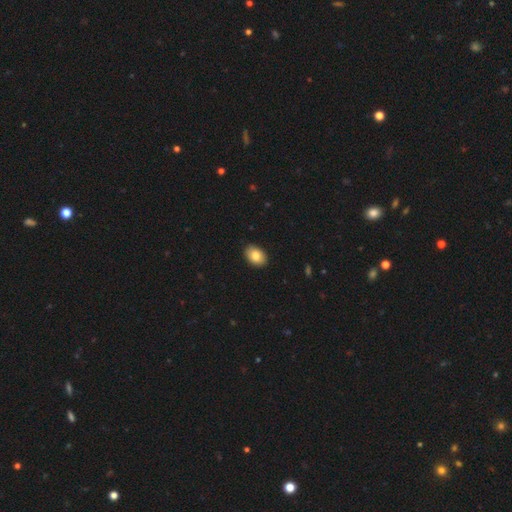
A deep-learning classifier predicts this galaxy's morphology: A smooth galaxy with no disk features (85%) that is in between round and cigar-shaped (85%).

Vote fractions:
- Smooth or featured? smooth: 85% / featured or disk: 8% / star or artifact: 7%
- How rounded? in between: 85% / round: 14% / cigar-shaped: 1%
- Merging? none: 89% / minor disturbance: 8% / major disturbance: 2% / merger: 1%